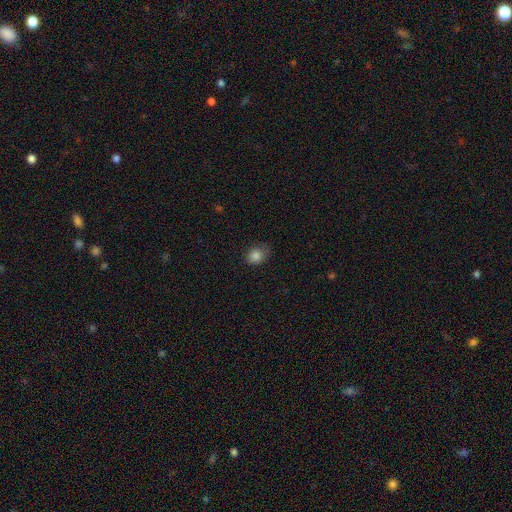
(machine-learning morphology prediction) This appears to be a smooth galaxy with no disk features (83%) that is round (56%). Merging: none (63%).